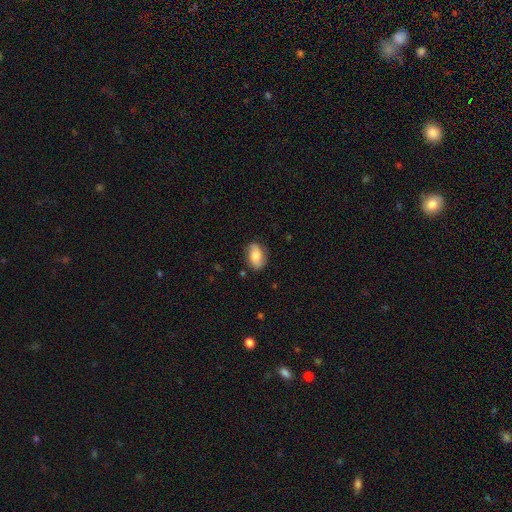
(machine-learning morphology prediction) smooth_or_featured: smooth (p=0.59) [alt: featured or disk p=0.33]
how_rounded: in between (p=0.86) [alt: round p=0.12]
merging: none (p=0.77) [alt: minor disturbance p=0.17]